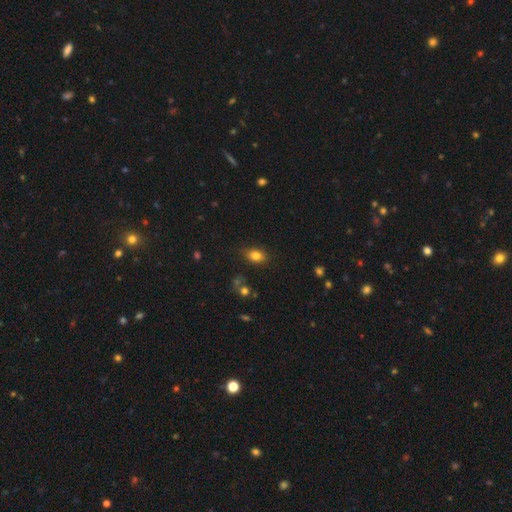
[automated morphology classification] Smooth or featured?
  - smooth: 82% *
  - star or artifact: 11%
  - featured or disk: 7%
How rounded?
  - in between: 74% *
  - round: 24%
  - cigar-shaped: 2%
Merging?
  - none: 80% *
  - minor disturbance: 14%
  - major disturbance: 4%
  - merger: 3%